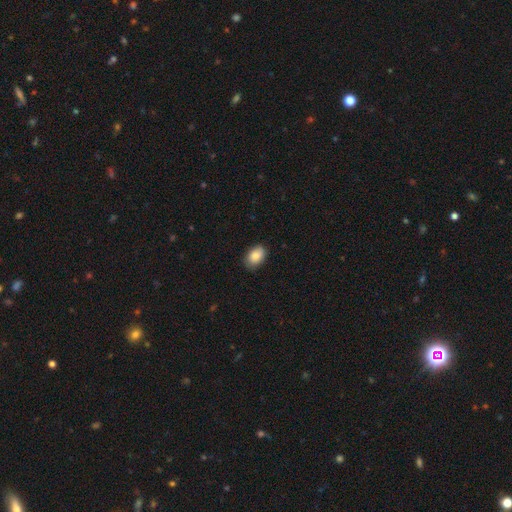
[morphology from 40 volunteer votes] This is clearly a smooth galaxy (90%). How rounded: clearly in between (92%). Merging: clearly none (94%).